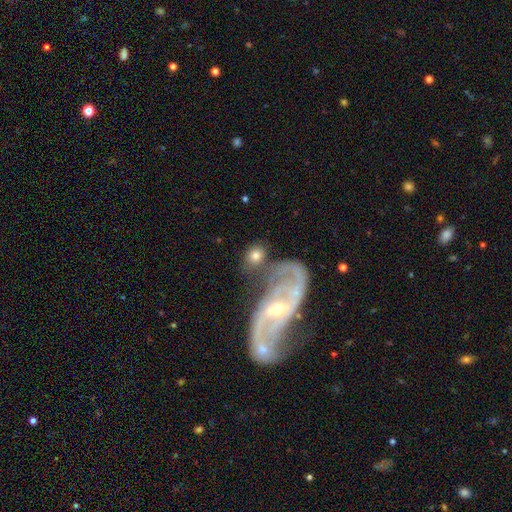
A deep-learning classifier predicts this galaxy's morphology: type=smooth (68%); roundness=round (61%); merging=none (57%).